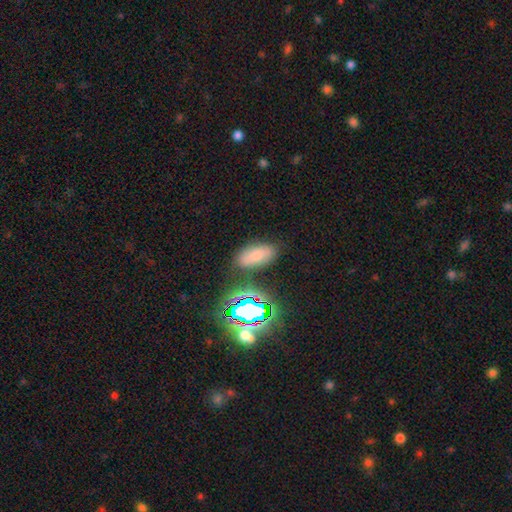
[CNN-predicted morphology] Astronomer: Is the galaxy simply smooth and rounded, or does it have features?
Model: smooth — 64%.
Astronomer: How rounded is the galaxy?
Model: in between — 89%.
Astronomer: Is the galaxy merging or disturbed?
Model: none — 79%.